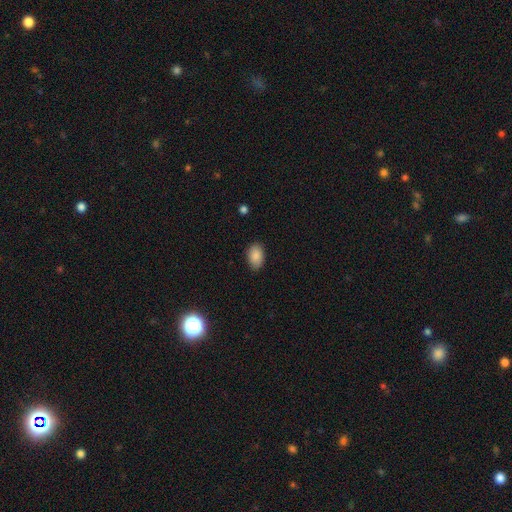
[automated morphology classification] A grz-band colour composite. It shows a smooth galaxy with no disk features (87%) that is in between round and cigar-shaped (90%). Merging: none (86%).